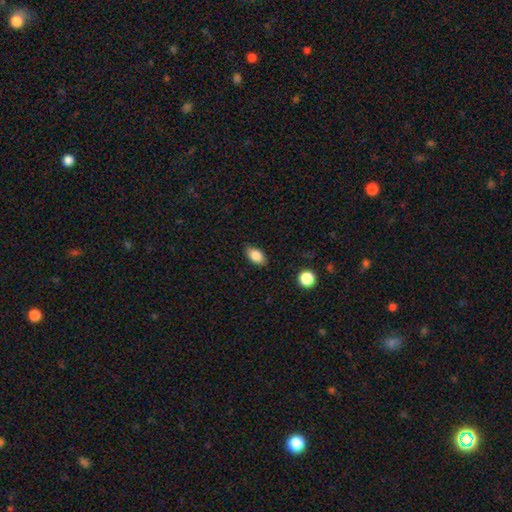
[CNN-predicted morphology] type=smooth (83%); roundness=in between (89%); merging=none (85%).